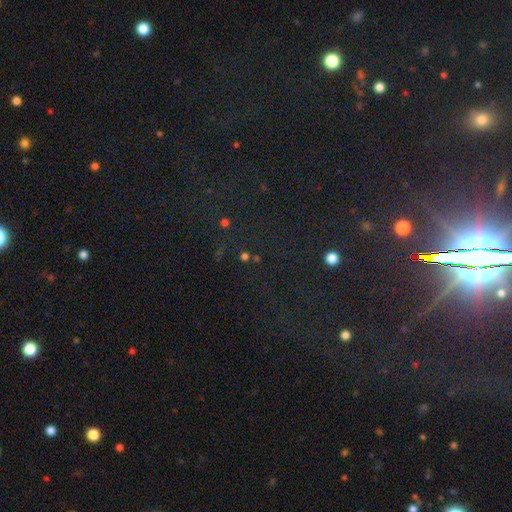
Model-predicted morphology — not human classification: Smooth or featured? star or artifact (82%)